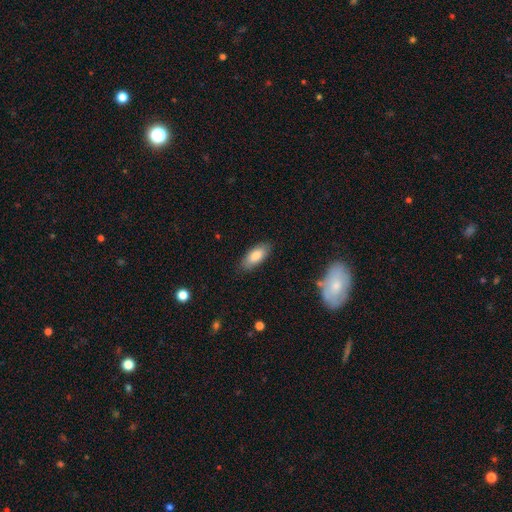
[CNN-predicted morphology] Smooth or featured? Predicted: smooth (p=0.82). How rounded? Predicted: in between (p=0.84). Merging? Predicted: none (p=0.85).